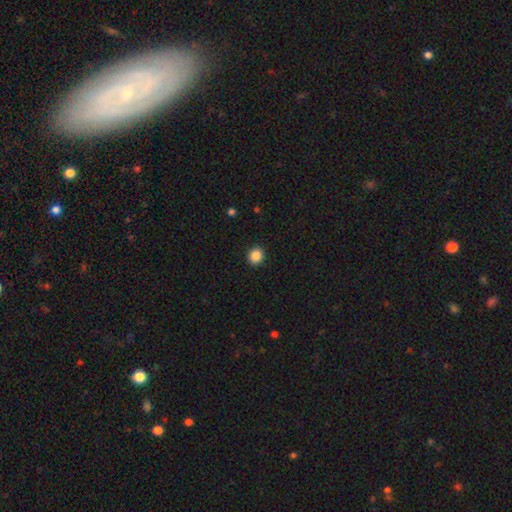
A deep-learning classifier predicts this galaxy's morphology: A smooth galaxy with no disk features (87%) that is round (83%).

Vote fractions:
- Smooth or featured? smooth: 87% / star or artifact: 10% / featured or disk: 3%
- How rounded? round: 83% / in between: 16% / cigar-shaped: 1%
- Merging? none: 92% / minor disturbance: 5% / major disturbance: 2% / merger: 1%